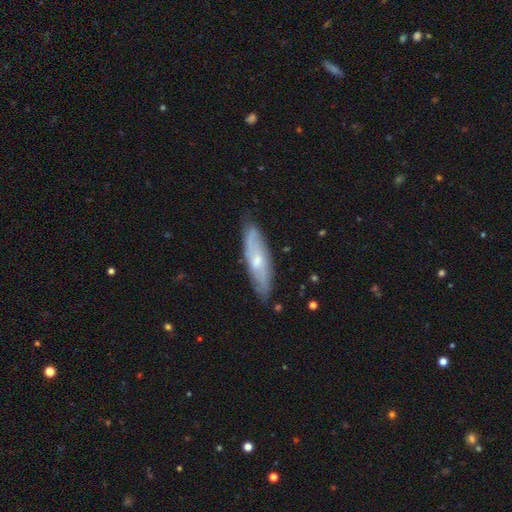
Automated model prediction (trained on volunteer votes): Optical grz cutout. It shows a featured or disk galaxy (56%). Merging: none (85%).